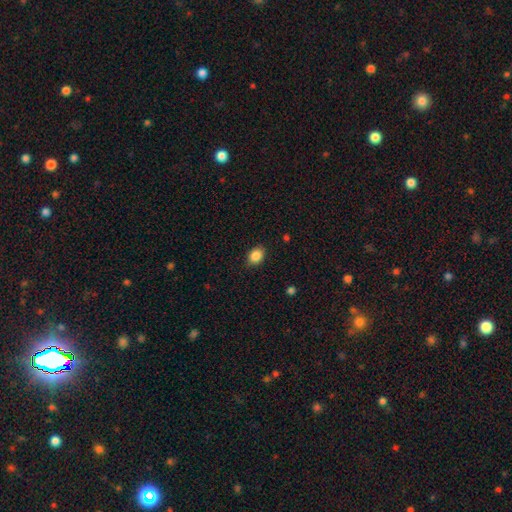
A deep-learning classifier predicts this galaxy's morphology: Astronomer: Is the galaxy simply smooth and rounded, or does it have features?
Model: smooth — 87%.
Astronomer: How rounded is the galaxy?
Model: in between — 66%.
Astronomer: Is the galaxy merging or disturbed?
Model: none — 87%.